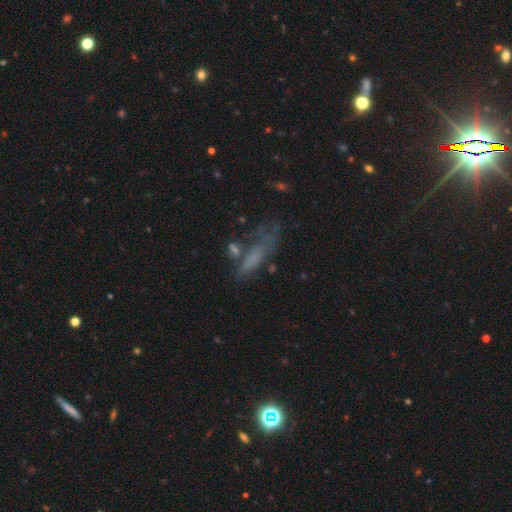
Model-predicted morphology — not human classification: Overall: smooth (50%; featured or disk 32%). Merging: none (38%; major disturbance 27%).